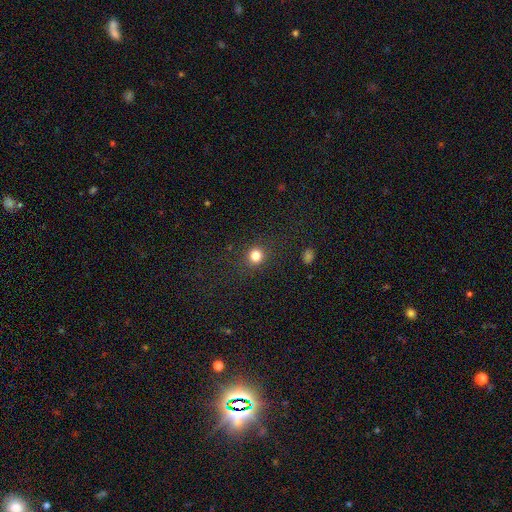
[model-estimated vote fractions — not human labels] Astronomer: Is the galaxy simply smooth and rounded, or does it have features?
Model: smooth — 82%.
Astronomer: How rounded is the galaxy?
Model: round — 90%.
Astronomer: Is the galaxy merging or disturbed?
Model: none — 87%.